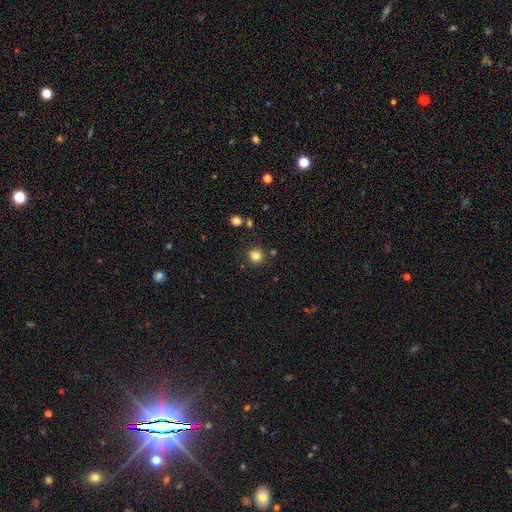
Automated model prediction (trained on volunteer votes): Smooth or featured: smooth — 82% (star or artifact — 13%)
How rounded: round — 91% (in between — 8%)
Merging: none — 86% (minor disturbance — 7%)